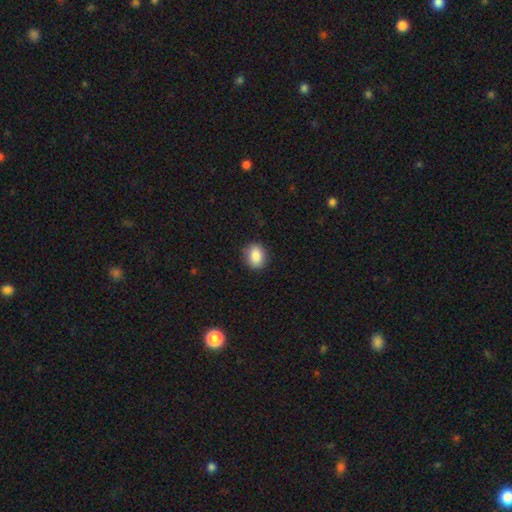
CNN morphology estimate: Overall: smooth (87%). How rounded: in between (50%; round 49%). Merging: none (87%).